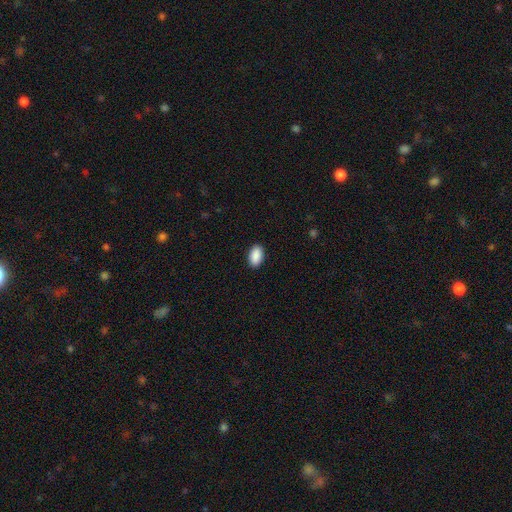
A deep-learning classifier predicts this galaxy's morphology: Overall: smooth (91%). How rounded: in between (94%). Merging: none (90%).